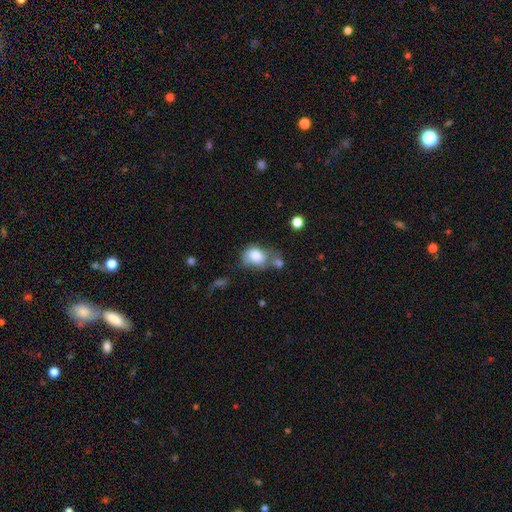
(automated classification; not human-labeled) A smooth galaxy with no disk features (75%) that is in between round and cigar-shaped (64%).

Vote fractions:
- Smooth or featured? smooth: 75% / featured or disk: 16% / star or artifact: 9%
- How rounded? in between: 64% / round: 35% / cigar-shaped: 1%
- Merging? none: 36% / merger: 26% / minor disturbance: 24% / major disturbance: 15%